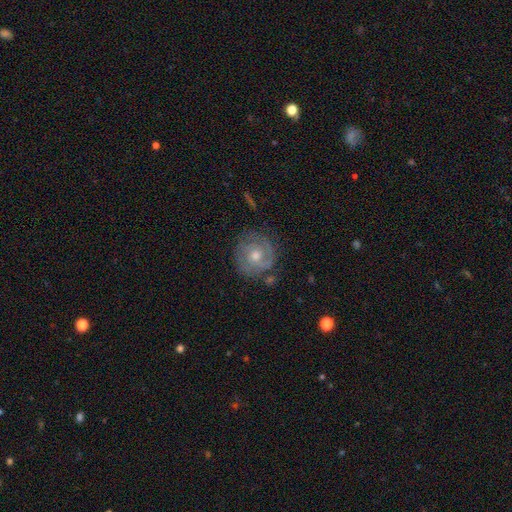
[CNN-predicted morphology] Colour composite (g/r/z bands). It shows a featured or disk galaxy (76%) with no bar (72%), 2 (48%) tight (68%) spiral arms (90%) and a moderate central bulge (69%). Merging: none (78%).